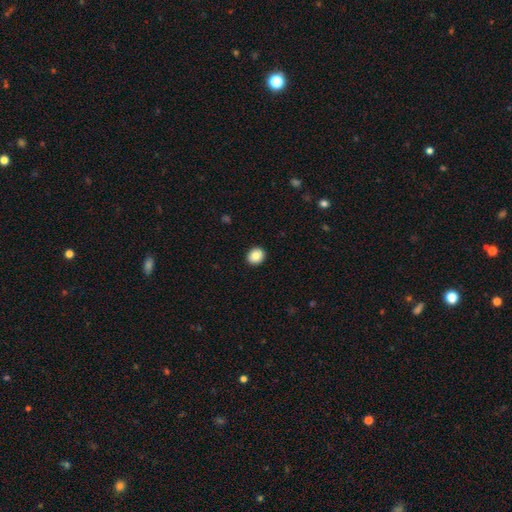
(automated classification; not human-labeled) smooth-or-featured: smooth: 84% | star or artifact: 8% | featured or disk: 7%
  how-rounded: round: 75% | in between: 24% | cigar-shaped: 1%
  merging: none: 92% | minor disturbance: 5% | major disturbance: 2% | merger: 1%